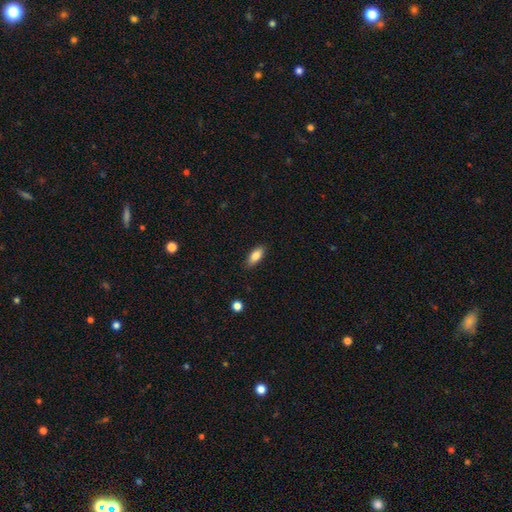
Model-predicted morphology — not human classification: Smooth or featured: smooth — 84% (featured or disk — 9%)
How rounded: in between — 81% (cigar-shaped — 17%)
Merging: none — 85% (minor disturbance — 11%)